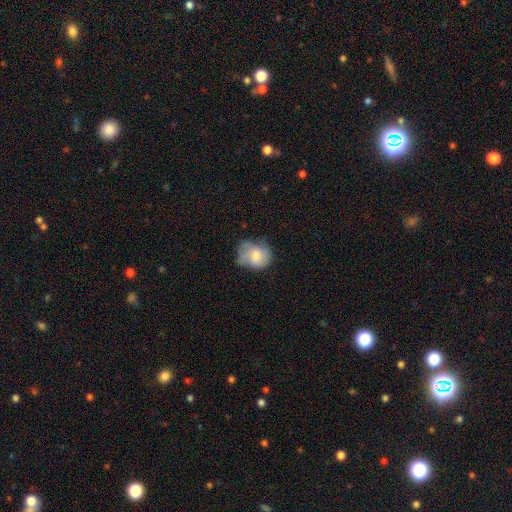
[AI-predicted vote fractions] Overall: smooth (70%). How rounded: round (59%; in between 40%). Merging: none (41%; minor disturbance 38%).